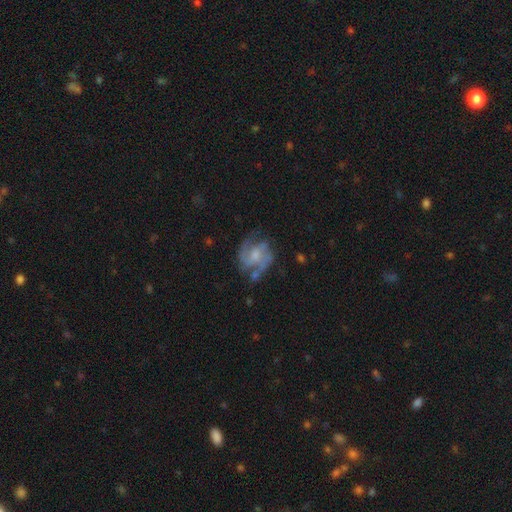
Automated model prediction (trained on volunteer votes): smooth_or_featured: featured or disk (p=0.80) [alt: smooth p=0.14]
disk_edge_on: no (p=0.98) [alt: yes p=0.02]
bar: no (p=0.50) [alt: weak p=0.41]
has_spiral_arms: yes (p=0.91) [alt: no p=0.09]
spiral_winding: medium (p=0.52) [alt: tight p=0.28]
spiral_arm_count: 2 (p=0.59) [alt: 3 p=0.17]
bulge_size: moderate (p=0.42) [alt: small p=0.33]
merging: none (p=0.57) [alt: minor disturbance p=0.22]